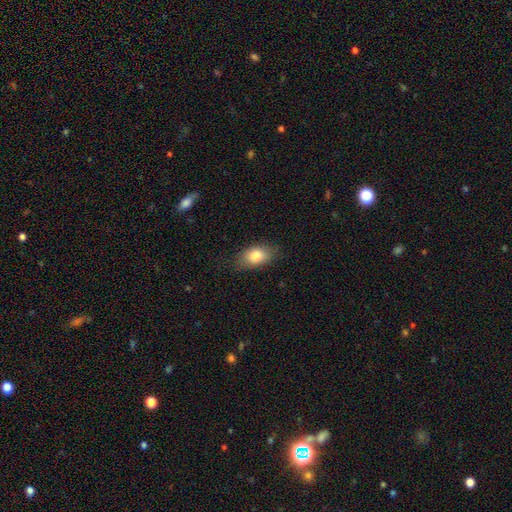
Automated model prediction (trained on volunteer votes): The model was most divided on "merging": none: 78%, minor disturbance: 16%, major disturbance: 5%, merger: 1%. More confident: how rounded — in between (86%); smooth or featured — smooth (81%).